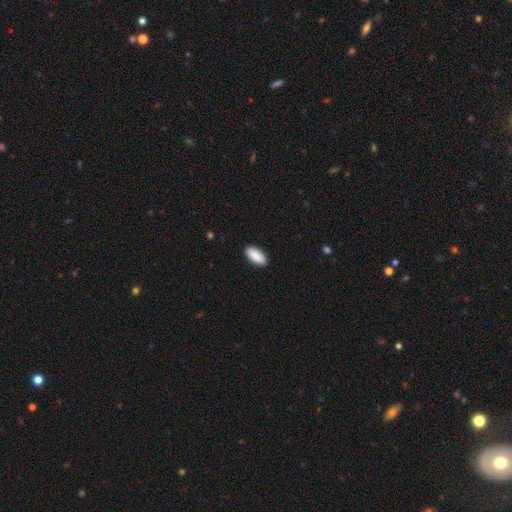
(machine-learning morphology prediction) Q: Smooth or featured?
A: smooth (90%); runner-up: star or artifact (6%)
Q: How rounded?
A: in between (87%); runner-up: cigar-shaped (11%)
Q: Merging?
A: none (91%); runner-up: minor disturbance (7%)